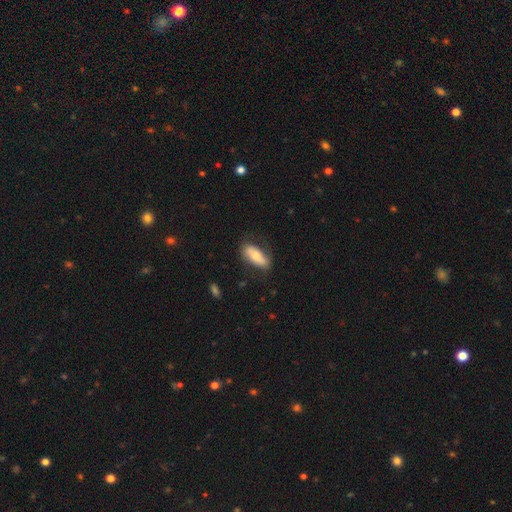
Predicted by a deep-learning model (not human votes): Smooth or featured? smooth (61%)
How rounded? in between (77%)
Merging? none (74%)